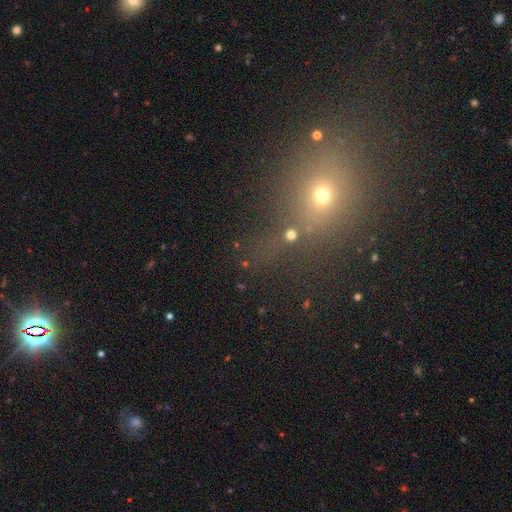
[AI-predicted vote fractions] smooth_or_featured: star or artifact (p=0.54) [alt: smooth p=0.35]